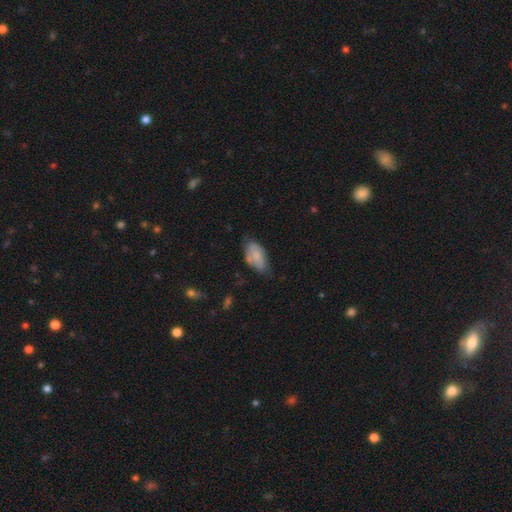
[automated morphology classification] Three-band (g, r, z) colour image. It shows a smooth galaxy with no disk features (74%) that is in between round and cigar-shaped (93%). Merging: none (48%).